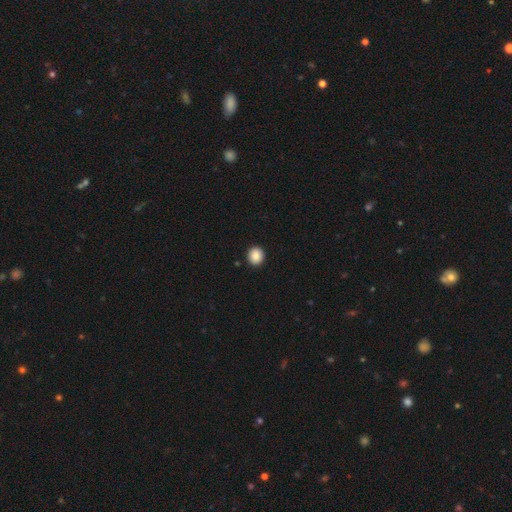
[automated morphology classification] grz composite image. It shows a smooth galaxy with no disk features (88%) that is round (87%). Merging: none (92%).